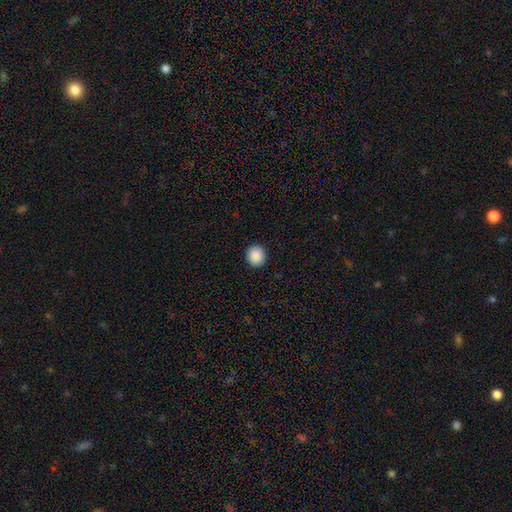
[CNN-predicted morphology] Smooth or featured? smooth (90%)
How rounded? round (82%)
Merging? none (92%)